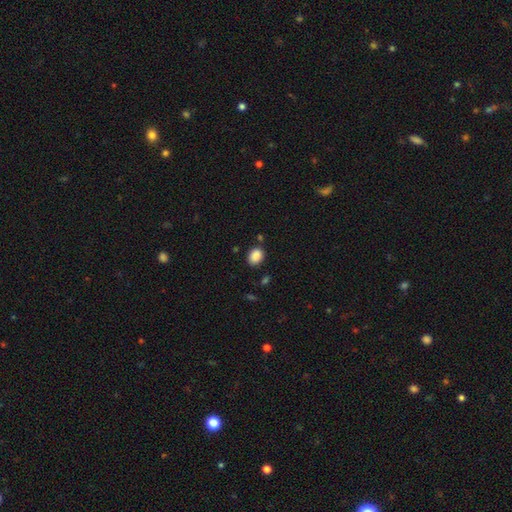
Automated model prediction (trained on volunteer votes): smooth 88%, star or artifact 9%, featured or disk 3%. Down the decision tree: how rounded — in between (53%); merging — none (82%).